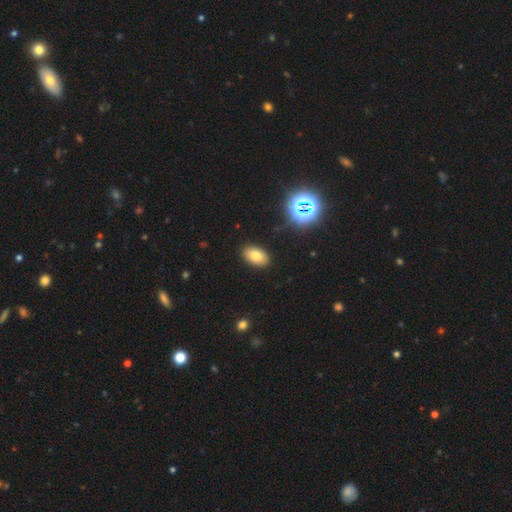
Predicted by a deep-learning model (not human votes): Q: Smooth or featured?
A: smooth (78%); runner-up: star or artifact (13%)
Q: How rounded?
A: in between (92%); runner-up: round (6%)
Q: Merging?
A: none (89%); runner-up: minor disturbance (8%)